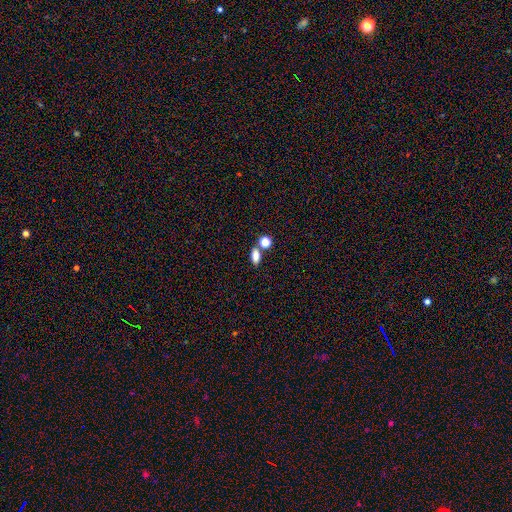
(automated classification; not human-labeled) This is clearly a smooth galaxy (82%). How rounded: clearly in between (82%). Merging: likely none (63%).